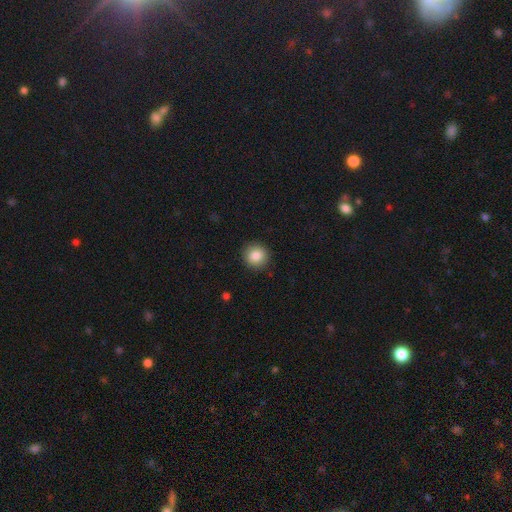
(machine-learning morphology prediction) type=smooth (86%); roundness=round (92%); merging=none (91%).